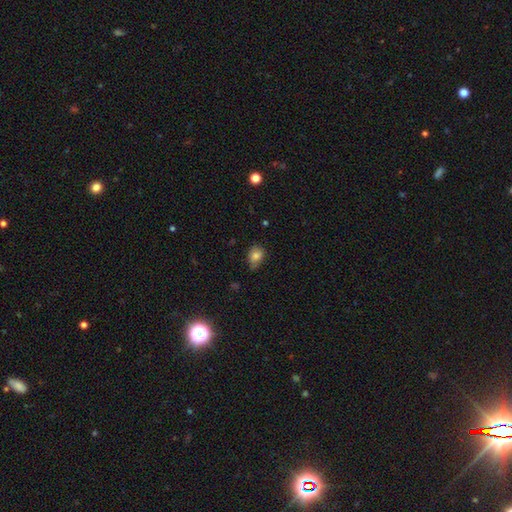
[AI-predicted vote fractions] A smooth galaxy with no disk features (80%) that is in between round and cigar-shaped (61%). Merging: none (51%).